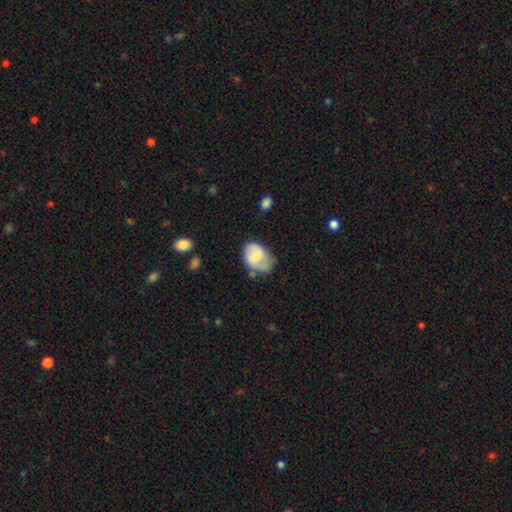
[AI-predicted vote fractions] This appears to be a smooth galaxy with no disk features (49%). Merging: none (49%).